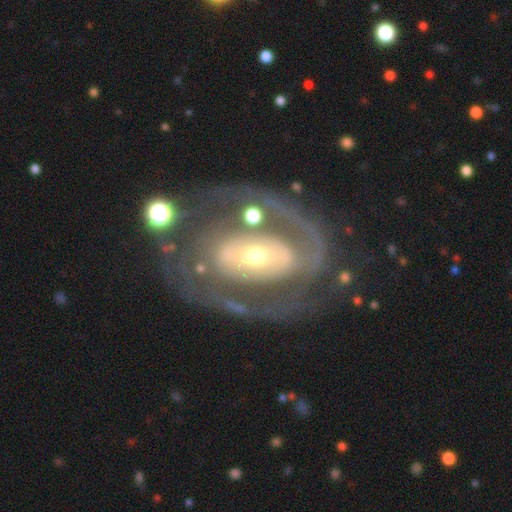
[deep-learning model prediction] Smooth or featured? Predicted: featured or disk (p=0.84). Edge-on disk? Predicted: no (p=0.95). Bar? Predicted: no (p=0.48). Spiral arms? Predicted: yes (p=0.78). Spiral winding? Predicted: tight (p=0.50). Spiral arm count? Predicted: 2 (p=0.63). Bulge size? Predicted: moderate (p=0.46). Merging? Predicted: none (p=0.65).